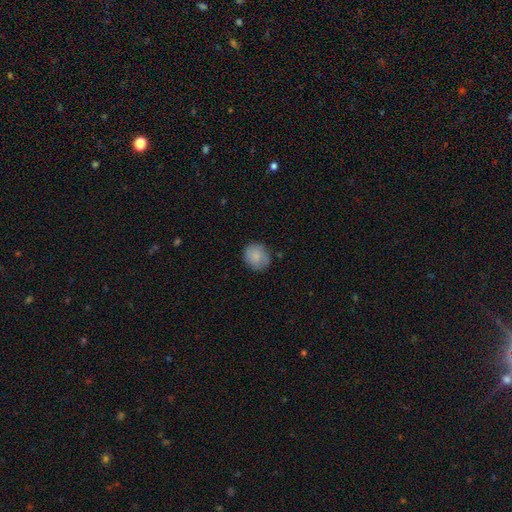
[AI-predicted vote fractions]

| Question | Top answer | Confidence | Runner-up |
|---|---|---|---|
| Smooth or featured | smooth | 81% | featured or disk (12%) |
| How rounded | round | 79% | in between (21%) |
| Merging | none | 78% | minor disturbance (17%) |